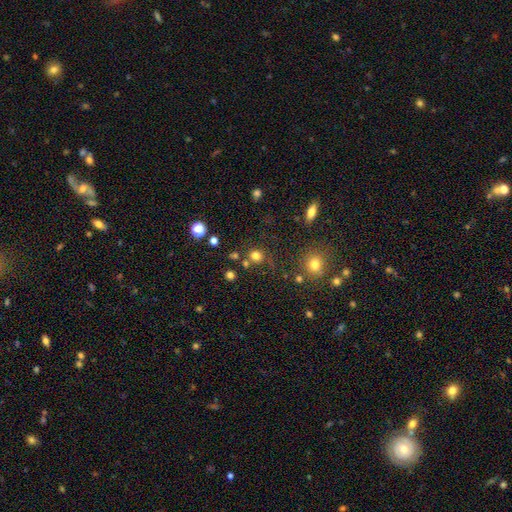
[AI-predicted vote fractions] Smooth or featured? smooth (76%)
How rounded? round (89%)
Merging? none (69%)